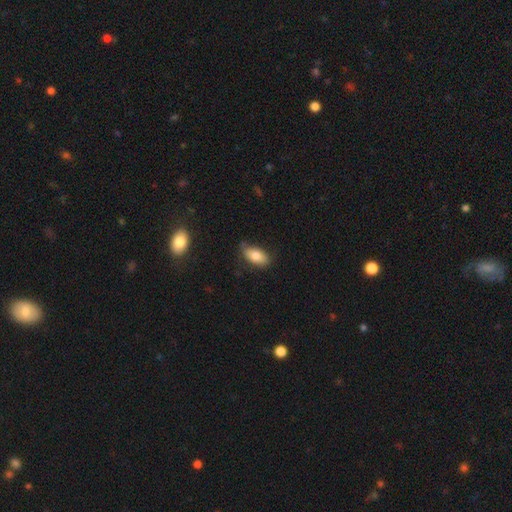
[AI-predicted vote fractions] Smooth or featured? smooth (79%)
How rounded? in between (91%)
Merging? none (72%)